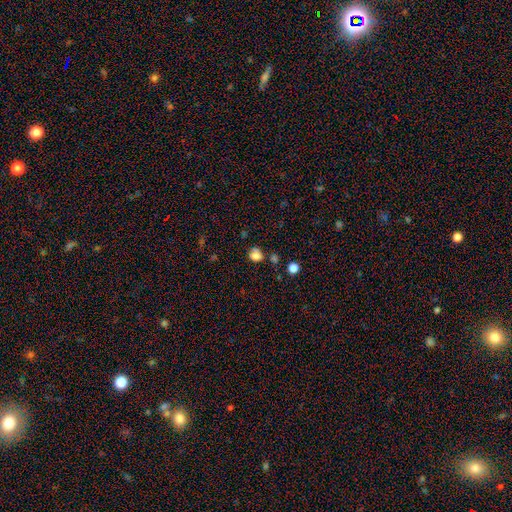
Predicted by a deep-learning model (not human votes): Q: Smooth or featured?
A: smooth (77%); runner-up: star or artifact (14%)
Q: How rounded?
A: round (66%); runner-up: in between (33%)
Q: Merging?
A: none (55%); runner-up: minor disturbance (23%)